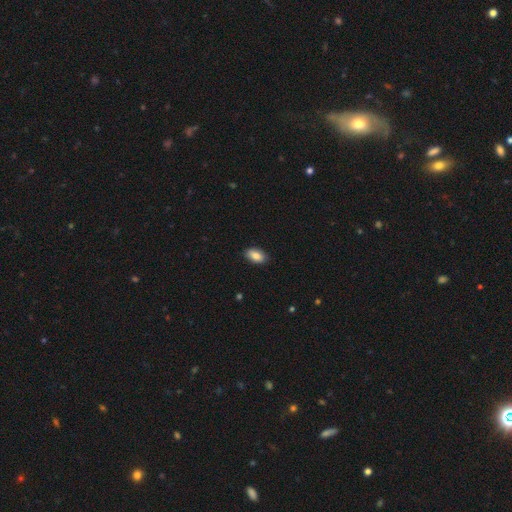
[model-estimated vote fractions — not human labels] A smooth galaxy with no disk features (84%) that is in between round and cigar-shaped (93%). Merging: none (88%).